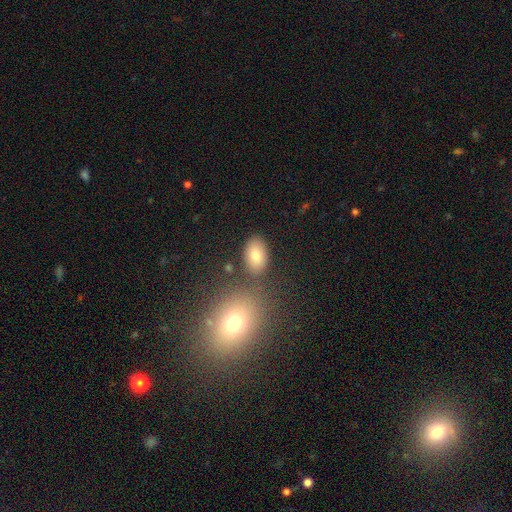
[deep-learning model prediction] Q: Smooth or featured?
A: smooth (81%); runner-up: featured or disk (10%)
Q: How rounded?
A: in between (90%); runner-up: round (8%)
Q: Merging?
A: none (77%); runner-up: minor disturbance (12%)